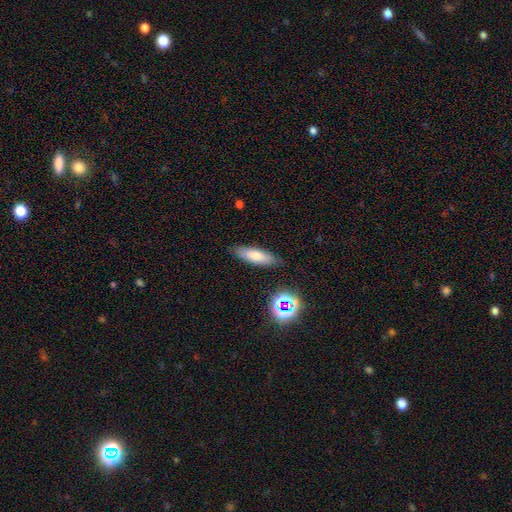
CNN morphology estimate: Smooth or featured? Predicted: smooth (p=0.72). How rounded? Predicted: in between (p=0.51). Merging? Predicted: none (p=0.84).